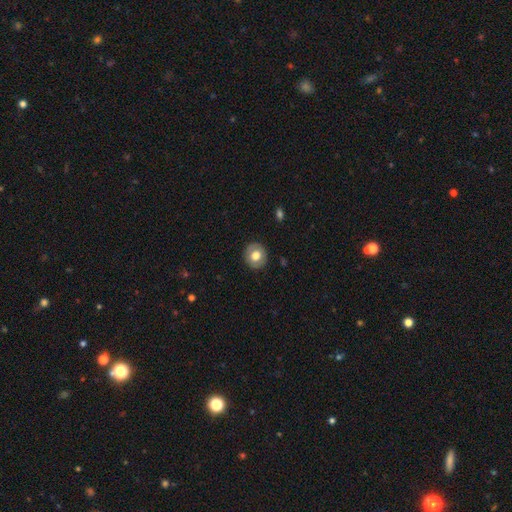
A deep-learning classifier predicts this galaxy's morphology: smooth_or_featured: smooth (p=0.68) [alt: featured or disk p=0.25]
how_rounded: round (p=0.85) [alt: in between p=0.14]
merging: none (p=0.88) [alt: minor disturbance p=0.09]